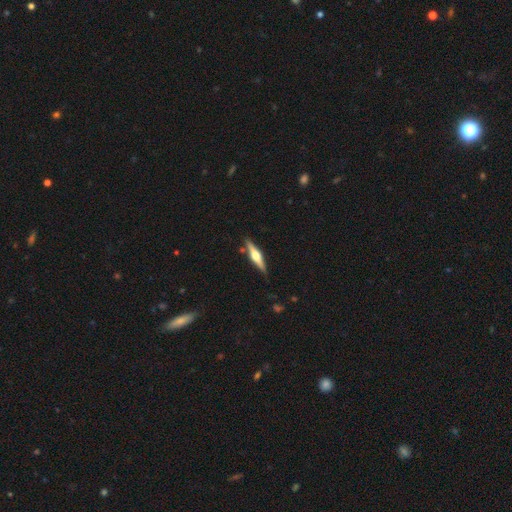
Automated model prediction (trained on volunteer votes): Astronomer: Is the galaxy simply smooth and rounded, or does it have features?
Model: featured or disk — 69%.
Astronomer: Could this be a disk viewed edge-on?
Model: yes — 97%.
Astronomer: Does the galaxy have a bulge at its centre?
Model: rounded — 92%.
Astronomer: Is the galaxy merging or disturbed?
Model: none — 86%.